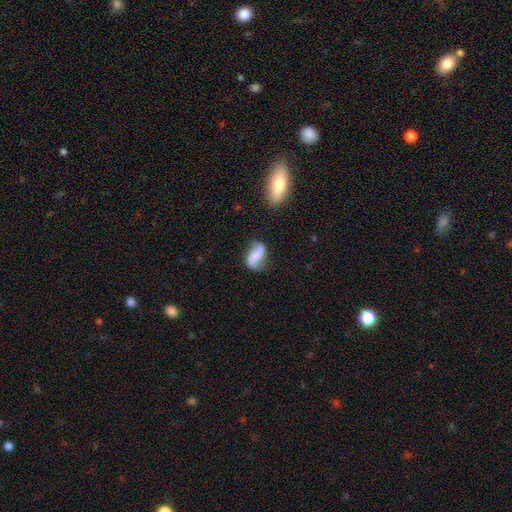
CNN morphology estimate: type=featured or disk (62%); edge-on=no (96%); bar=no (37%); spiral arms=yes (88%); winding=loose (82%); arm count=2 (90%); bulge=none (59%); merging=none (62%).